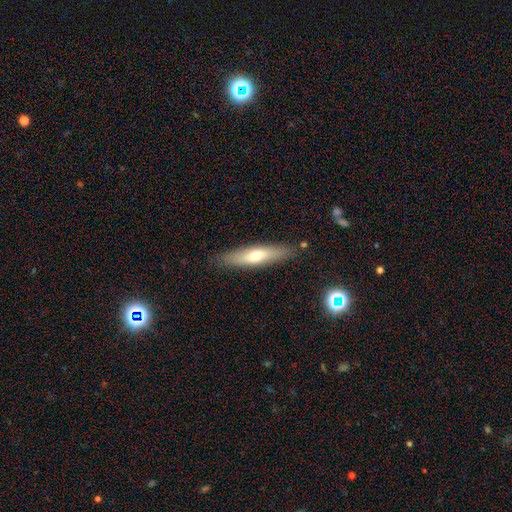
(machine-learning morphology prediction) smooth 56%, featured or disk 38%, star or artifact 6%. Down the decision tree: how rounded — cigar-shaped (73%); merging — none (85%).